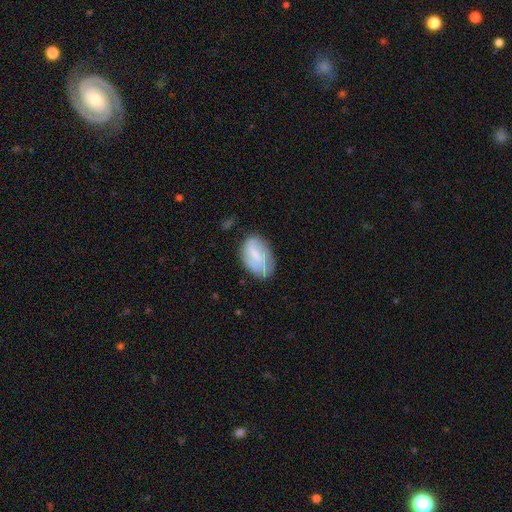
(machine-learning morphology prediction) A smooth galaxy with no disk features (58%) that is in between round and cigar-shaped (91%). Merging: none (65%).